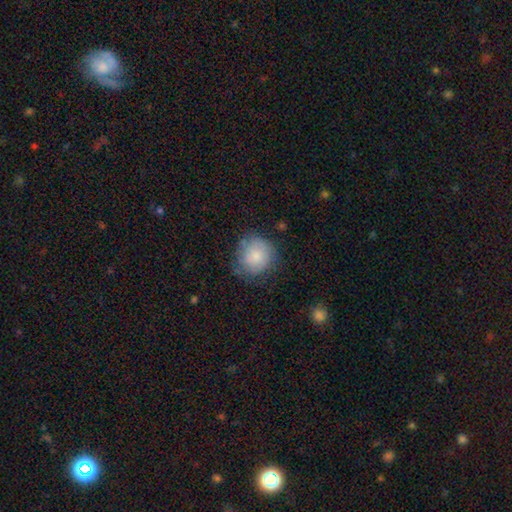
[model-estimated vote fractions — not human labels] This is clearly a smooth galaxy (80%). How rounded: clearly round (89%). Merging: likely none (70%).